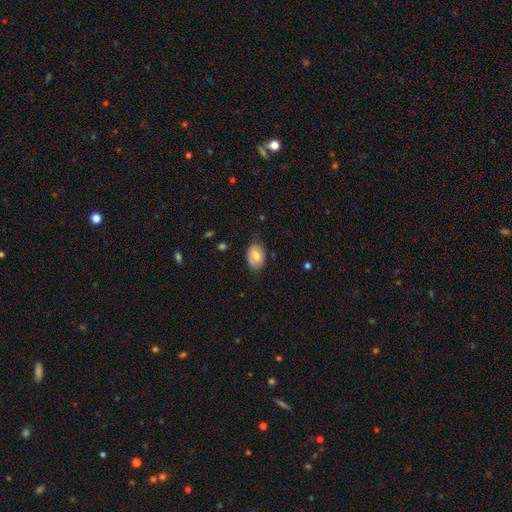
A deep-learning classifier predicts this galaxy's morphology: Smooth or featured? Predicted: smooth (p=0.69). How rounded? Predicted: in between (p=0.82). Merging? Predicted: none (p=0.71).